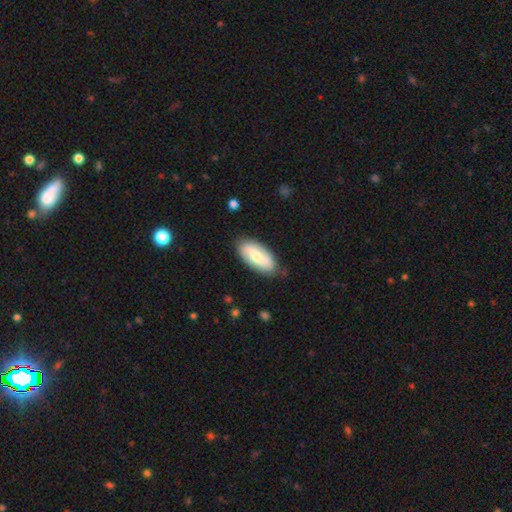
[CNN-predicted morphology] The model was most divided on "smooth or featured": featured or disk: 50%, smooth: 45%, star or artifact: 5%. More confident: edge-on disk — no (89%); merging — none (81%).